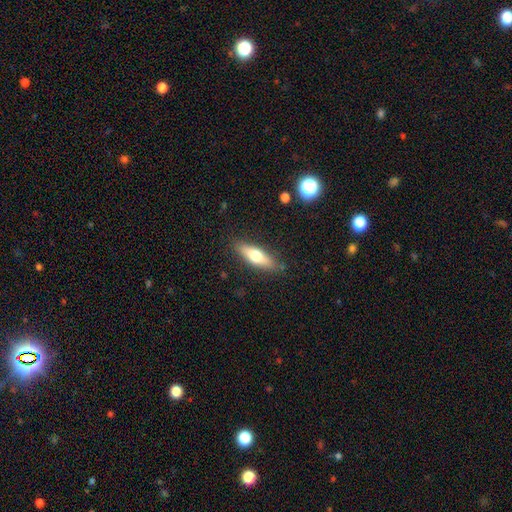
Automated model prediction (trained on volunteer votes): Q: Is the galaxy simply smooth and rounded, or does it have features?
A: smooth — 62%.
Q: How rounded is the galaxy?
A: cigar-shaped — 53%.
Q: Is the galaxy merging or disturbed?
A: none — 85%.